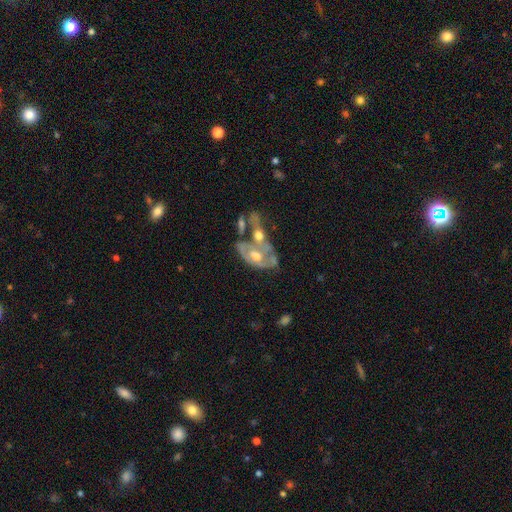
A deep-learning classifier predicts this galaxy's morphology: smooth_or_featured: featured or disk (p=0.68) [alt: smooth p=0.24]
disk_edge_on: no (p=0.92) [alt: yes p=0.08]
bar: no (p=0.79) [alt: weak p=0.17]
has_spiral_arms: no (p=0.63) [alt: yes p=0.37]
bulge_size: moderate (p=0.68) [alt: small p=0.15]
merging: merger (p=0.50) [alt: none p=0.22]